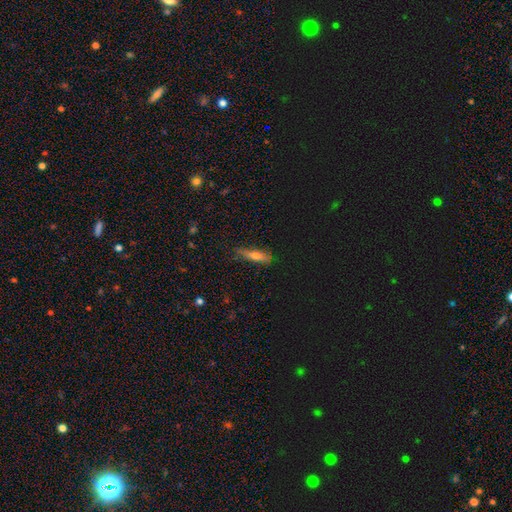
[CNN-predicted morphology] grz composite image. It shows a smooth galaxy with no disk features (51%) that is cigar-shaped (74%). Merging: none (72%).